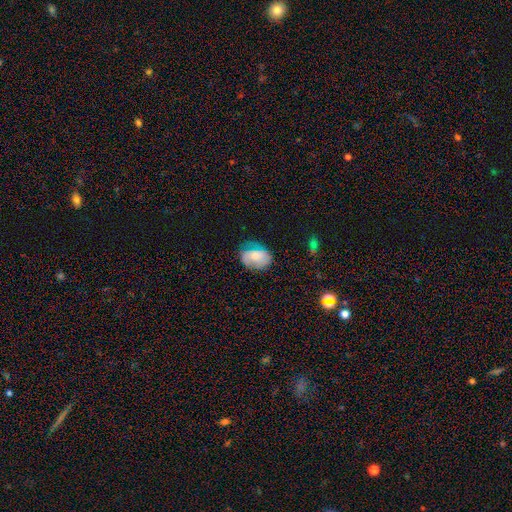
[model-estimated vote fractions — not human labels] A smooth galaxy with no disk features (57%) that is in between round and cigar-shaped (73%). Merging: none (49%).